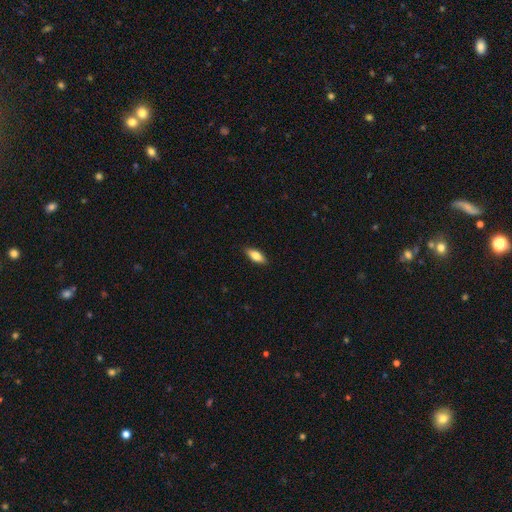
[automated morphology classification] Smooth or featured: smooth — 78% (featured or disk — 16%)
How rounded: in between — 76% (cigar-shaped — 21%)
Merging: none — 88% (minor disturbance — 9%)